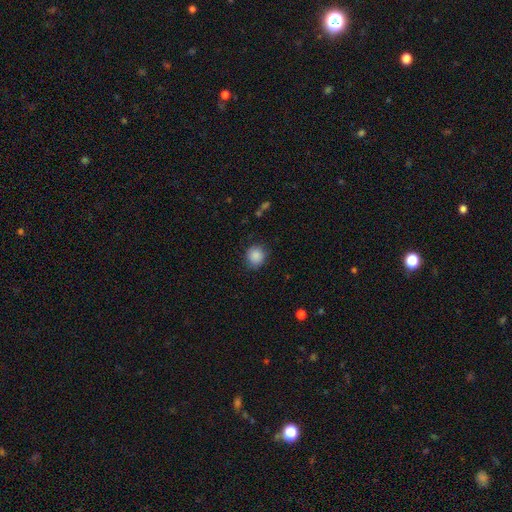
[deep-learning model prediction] smooth 88%, star or artifact 8%, featured or disk 3%. Down the decision tree: how rounded — round (87%); merging — none (84%).